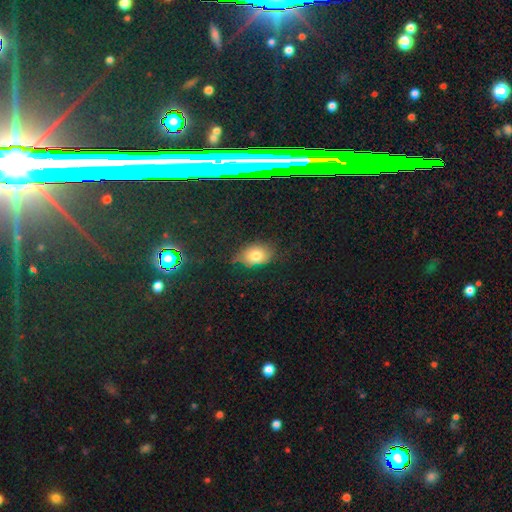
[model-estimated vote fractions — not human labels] Smooth or featured: smooth — 75% (star or artifact — 13%)
How rounded: in between — 79% (round — 19%)
Merging: none — 69% (minor disturbance — 23%)